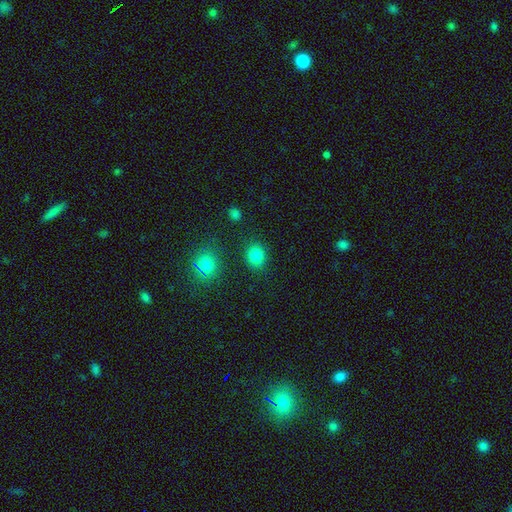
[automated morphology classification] Smooth or featured?
  - smooth: 83% *
  - star or artifact: 12%
  - featured or disk: 4%
How rounded?
  - round: 68% *
  - in between: 31%
  - cigar-shaped: 1%
Merging?
  - none: 85% *
  - minor disturbance: 8%
  - merger: 3%
  - major disturbance: 3%